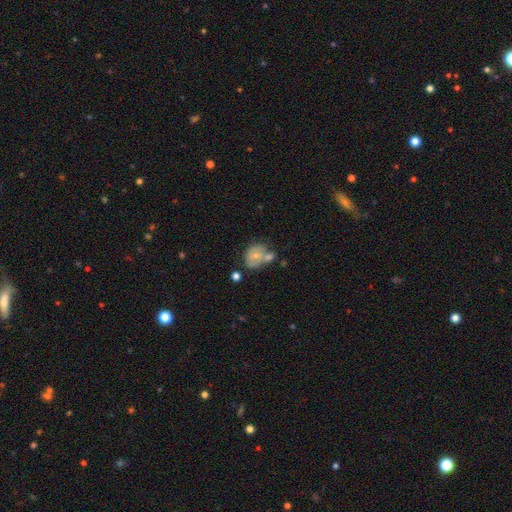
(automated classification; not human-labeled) A smooth galaxy with no disk features (58%) that is in between round and cigar-shaped (51%). Merging: merger (37%).